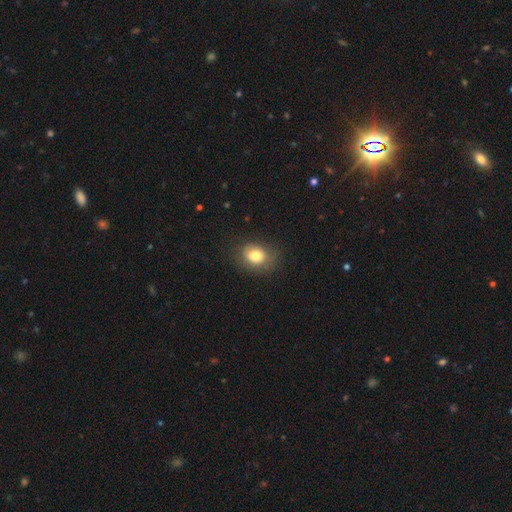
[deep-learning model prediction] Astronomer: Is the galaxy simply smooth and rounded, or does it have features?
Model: smooth — 78%.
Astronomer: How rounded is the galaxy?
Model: round — 53% (runner-up: in between, 46%).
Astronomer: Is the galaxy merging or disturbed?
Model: none — 75%.